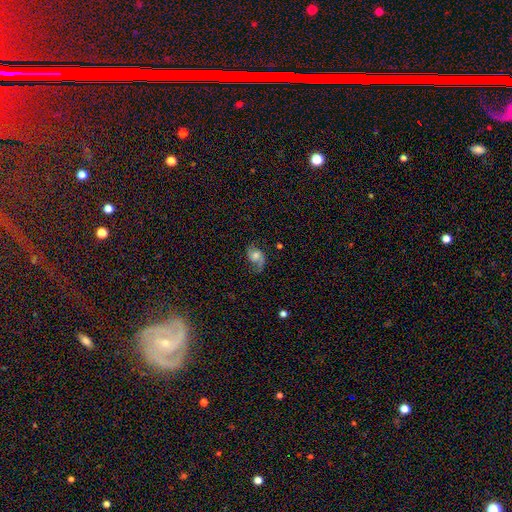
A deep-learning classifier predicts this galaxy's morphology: Smooth or featured: featured or disk — 66% (smooth — 25%)
Edge-on disk: no — 97% (yes — 3%)
Bar: no — 60% (weak — 33%)
Spiral arms: yes — 92% (no — 8%)
Spiral winding: loose — 54% (medium — 36%)
Spiral arm count: 2 — 81% (1 — 11%)
Bulge size: moderate — 52% (small — 25%)
Merging: none — 63% (minor disturbance — 21%)